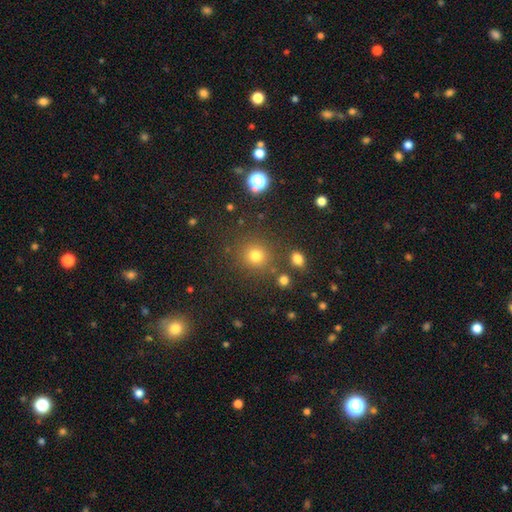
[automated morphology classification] Smooth or featured?
  - smooth: 76% *
  - star or artifact: 17%
  - featured or disk: 6%
How rounded?
  - round: 89% *
  - in between: 10%
  - cigar-shaped: 1%
Merging?
  - none: 82% *
  - minor disturbance: 9%
  - merger: 5%
  - major disturbance: 4%